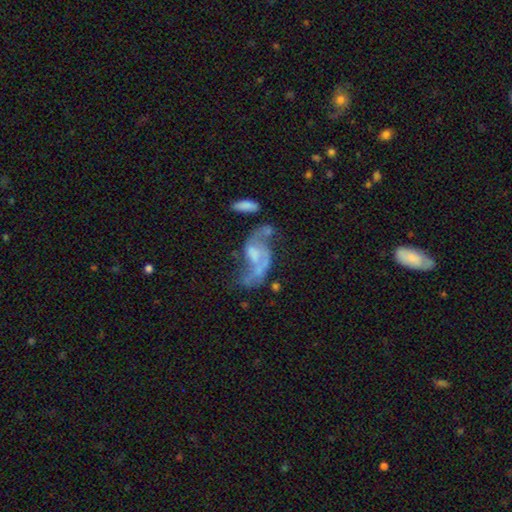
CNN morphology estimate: A featured or disk galaxy (77%) with no bar (55%), 2 (79%) loose (60%) spiral arms (81%) and no central bulge (37%).

Vote fractions:
- Smooth or featured? featured or disk: 77% / smooth: 14% / star or artifact: 10%
- Edge-on disk? no: 96% / yes: 4%
- Bar? no: 55% / weak: 36% / strong: 9%
- Spiral arms? yes: 81% / no: 19%
- Spiral winding? loose: 60% / medium: 30% / tight: 9%
- Spiral arm count? 2: 79% / 1: 9% / can't tell: 8% / 3: 2% / 4: 1% / more than 4: 1%
- Bulge size? none: 37% / small: 28% / moderate: 26% / large: 7% / dominant: 2%
- Merging? none: 31% / major disturbance: 29% / merger: 22% / minor disturbance: 18%